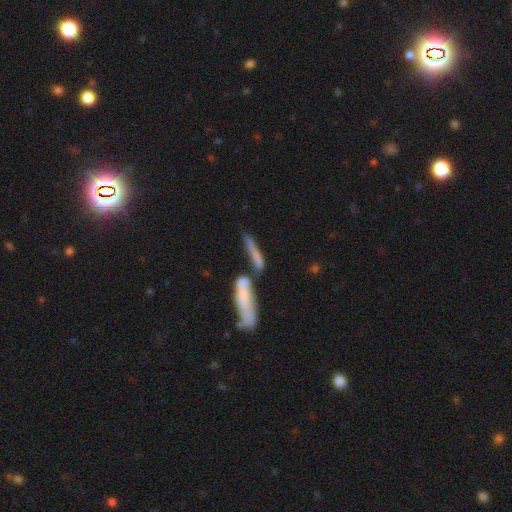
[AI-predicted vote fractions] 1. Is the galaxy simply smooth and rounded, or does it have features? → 61% smooth, 29% featured or disk, 10% star or artifact.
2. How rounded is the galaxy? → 81% cigar-shaped, 16% in between, 3% round.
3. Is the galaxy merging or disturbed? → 54% merger, 27% none, 10% minor disturbance, 8% major disturbance.